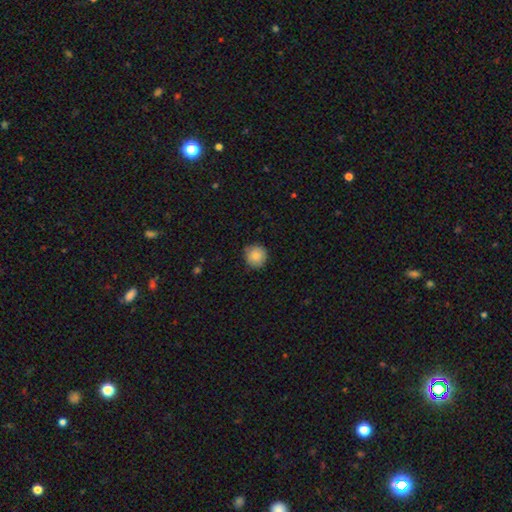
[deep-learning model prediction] Smooth or featured?
  - smooth: 87% *
  - star or artifact: 8%
  - featured or disk: 5%
How rounded?
  - round: 94% *
  - in between: 5%
  - cigar-shaped: 1%
Merging?
  - none: 86% *
  - minor disturbance: 11%
  - major disturbance: 2%
  - merger: 1%